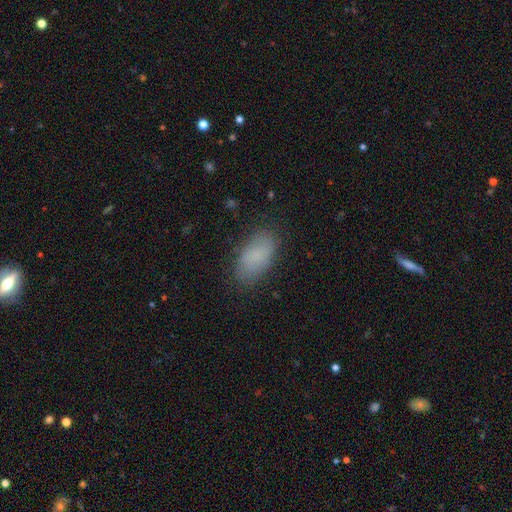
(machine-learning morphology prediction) smooth-or-featured: smooth: 81% | featured or disk: 10% | star or artifact: 9%
  how-rounded: in between: 93% | round: 4% | cigar-shaped: 3%
  merging: none: 81% | minor disturbance: 14% | major disturbance: 4% | merger: 1%